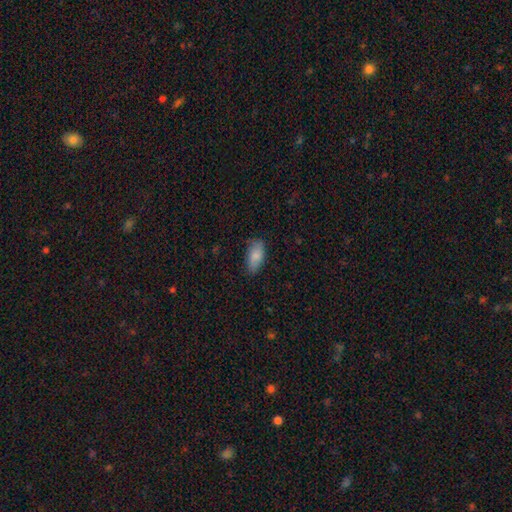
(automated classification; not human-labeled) smooth-or-featured: smooth: 84% | featured or disk: 9% | star or artifact: 7%
  how-rounded: in between: 91% | cigar-shaped: 6% | round: 3%
  merging: none: 78% | minor disturbance: 18% | major disturbance: 4% | merger: 1%